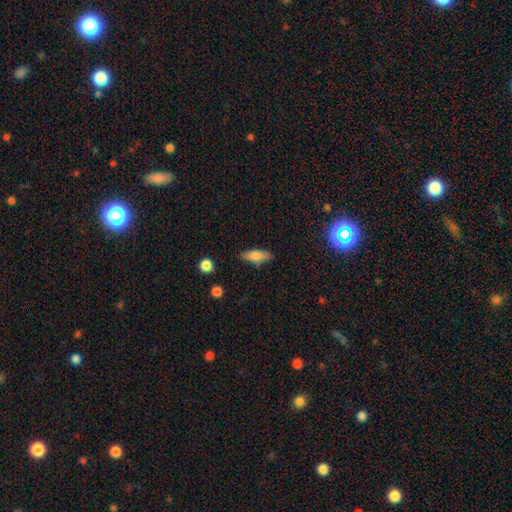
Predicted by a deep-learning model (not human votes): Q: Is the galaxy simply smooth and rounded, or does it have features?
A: smooth — 69%.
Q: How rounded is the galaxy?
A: in between — 51%.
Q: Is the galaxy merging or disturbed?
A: none — 83%.